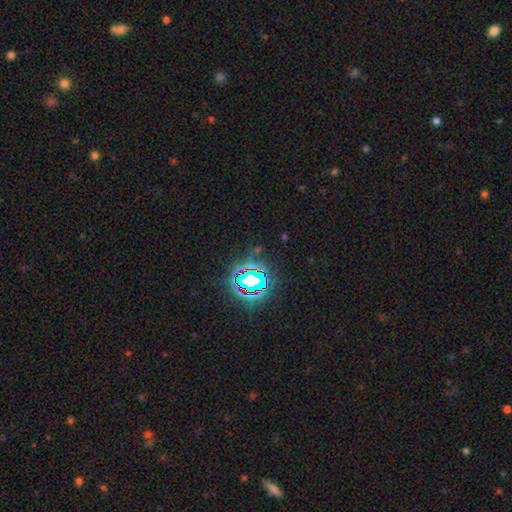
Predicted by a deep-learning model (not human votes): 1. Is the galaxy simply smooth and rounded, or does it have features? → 79% star or artifact, 13% smooth, 9% featured or disk.